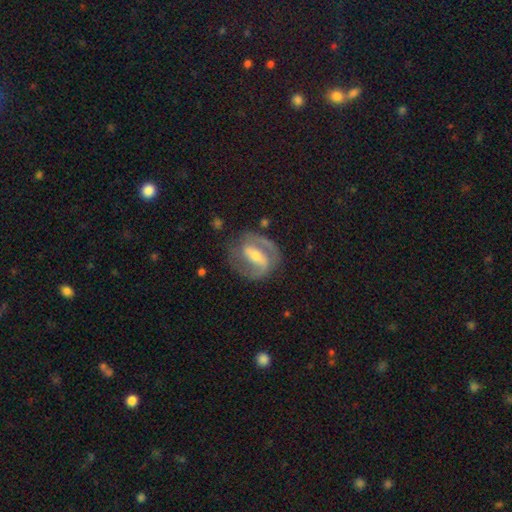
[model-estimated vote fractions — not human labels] The model was most divided on "bulge size": moderate: 46%, small: 44%, large: 5%, none: 3%, dominant: 1%. Remaining: edge-on disk — no (96%); spiral arms — yes (90%); spiral arm count — 2 (86%); smooth or featured — featured or disk (83%); merging — none (76%); bar — strong (60%); spiral winding — medium (49%).